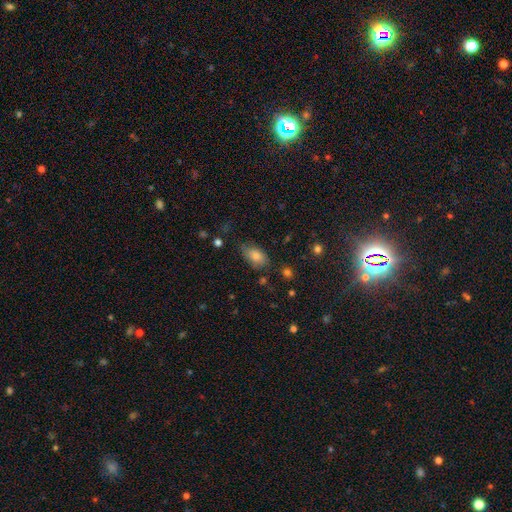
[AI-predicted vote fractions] Smooth or featured? smooth (78%)
How rounded? in between (89%)
Merging? none (65%)